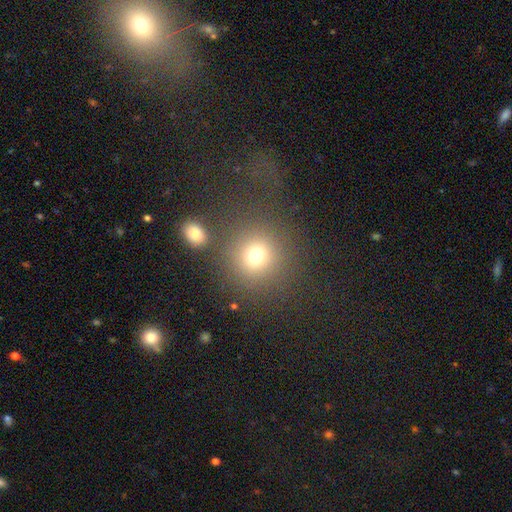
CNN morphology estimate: This appears to be a smooth galaxy with no disk features (73%) that is round (91%). Merging: none (77%).